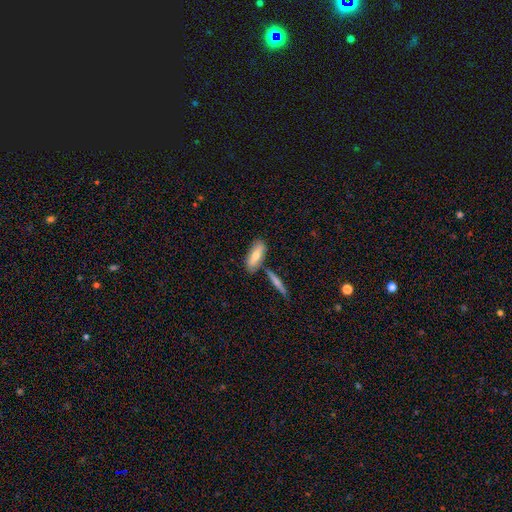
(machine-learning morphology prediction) smooth 65%, featured or disk 29%, star or artifact 6%. Down the decision tree: how rounded — in between (68%); merging — none (69%).